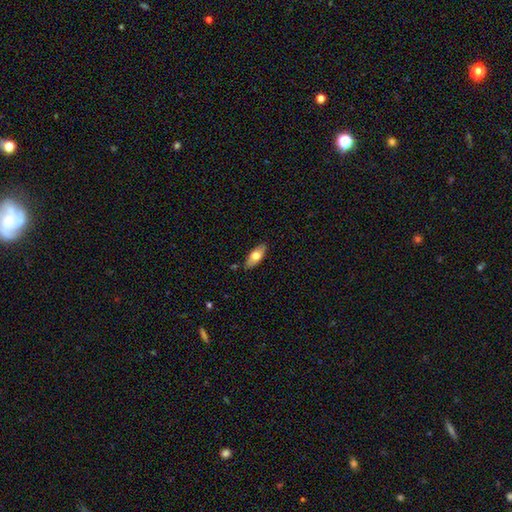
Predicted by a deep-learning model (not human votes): Smooth or featured? Predicted: smooth (p=0.69). How rounded? Predicted: in between (p=0.83). Merging? Predicted: none (p=0.84).